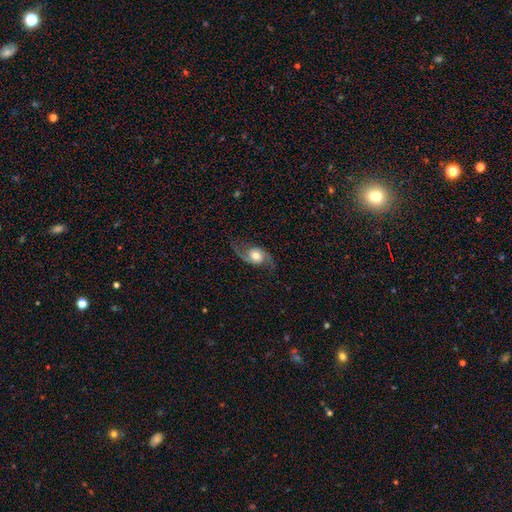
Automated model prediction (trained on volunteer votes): smooth-or-featured: featured or disk: 85% | smooth: 9% | star or artifact: 6%
  disk-edge-on: no: 96% | yes: 4%
    bar: no: 70% | weak: 24% | strong: 6%
    has-spiral-arms: yes: 96% | no: 4%
      spiral-winding: loose: 61% | medium: 32% | tight: 7%
      spiral-arm-count: 2: 94% | 1: 2% | can't tell: 2% | 3: 1% | 4: 1% | more than 4: 1%
    bulge-size: moderate: 60% | large: 24% | small: 10% | dominant: 3% | none: 2%
  merging: none: 77% | minor disturbance: 14% | major disturbance: 8% | merger: 1%